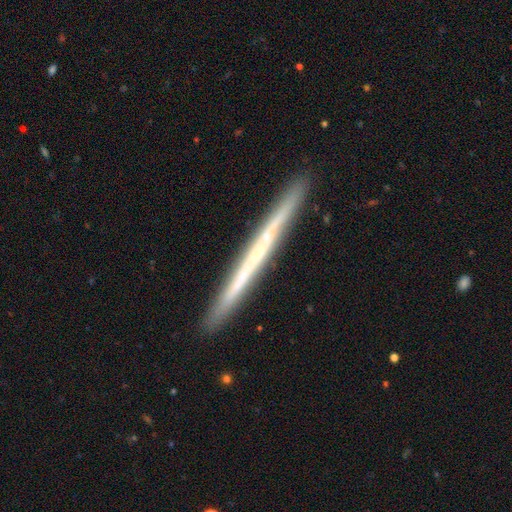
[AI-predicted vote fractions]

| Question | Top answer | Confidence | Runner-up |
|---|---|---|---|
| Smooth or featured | featured or disk | 62% | smooth (32%) |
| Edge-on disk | yes | 98% | no (2%) |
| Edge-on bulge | none | 87% | rounded (10%) |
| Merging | none | 92% | minor disturbance (6%) |